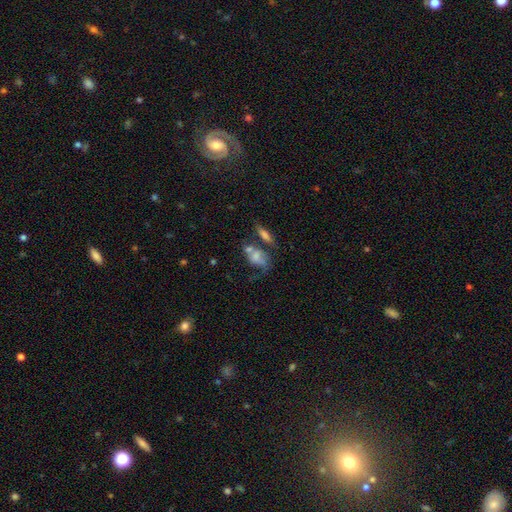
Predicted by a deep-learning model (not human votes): Overall: smooth (56%; featured or disk 34%). How rounded: in between (78%). Merging: merger (33%; none 26%).